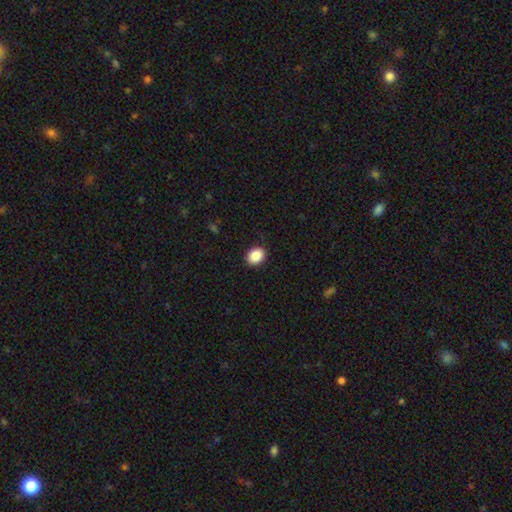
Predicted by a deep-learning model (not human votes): Smooth or featured? smooth (87%)
How rounded? in between (53%)
Merging? none (89%)